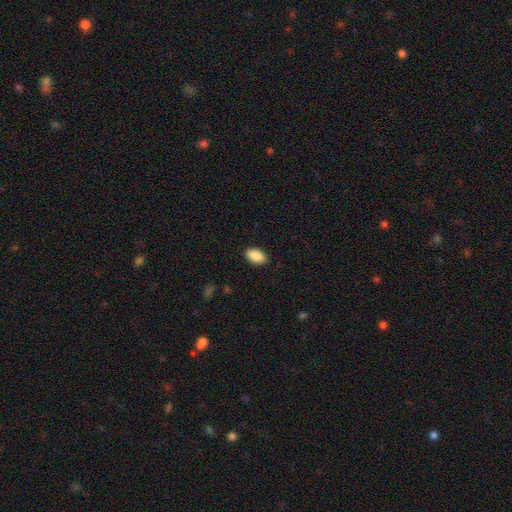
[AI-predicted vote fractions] Q: Smooth or featured?
A: smooth (89%); runner-up: star or artifact (7%)
Q: How rounded?
A: in between (94%); runner-up: round (5%)
Q: Merging?
A: none (89%); runner-up: minor disturbance (8%)